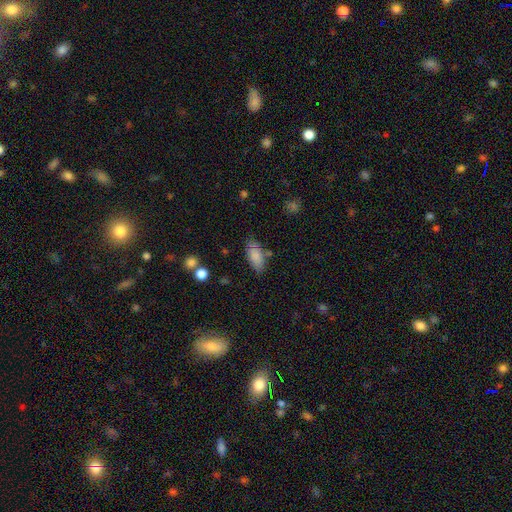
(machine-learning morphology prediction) The model was most divided on "merging": none: 69%, minor disturbance: 19%, merger: 6%, major disturbance: 5%. More confident: how rounded — in between (87%); smooth or featured — smooth (84%).